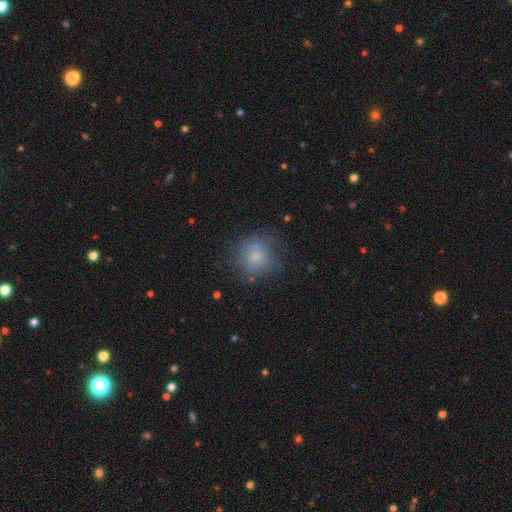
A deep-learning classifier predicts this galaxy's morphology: Smooth or featured? smooth (67%)
How rounded? round (84%)
Merging? none (59%)